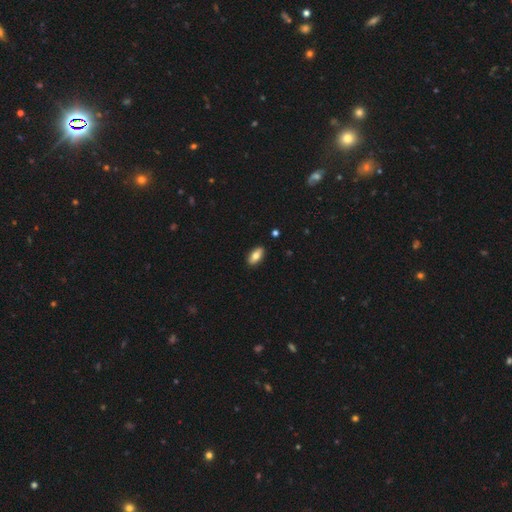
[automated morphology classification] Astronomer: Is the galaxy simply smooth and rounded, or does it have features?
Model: smooth — 77%.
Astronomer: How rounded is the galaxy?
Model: in between — 89%.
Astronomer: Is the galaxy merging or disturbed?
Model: none — 89%.